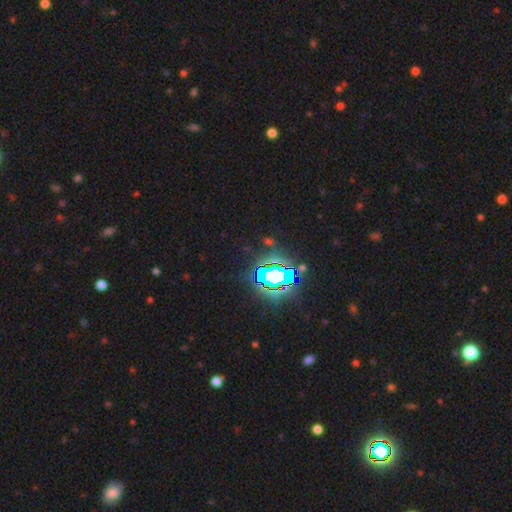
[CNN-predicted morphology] Smooth or featured? star or artifact (83%)